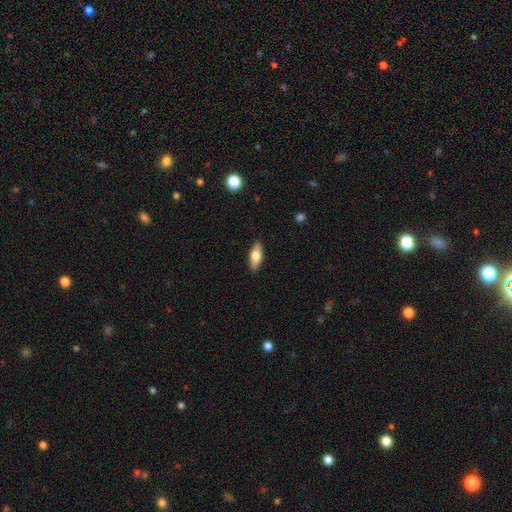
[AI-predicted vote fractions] Q: Smooth or featured?
A: smooth (62%); runner-up: featured or disk (31%)
Q: How rounded?
A: in between (70%); runner-up: cigar-shaped (27%)
Q: Merging?
A: none (88%); runner-up: minor disturbance (9%)